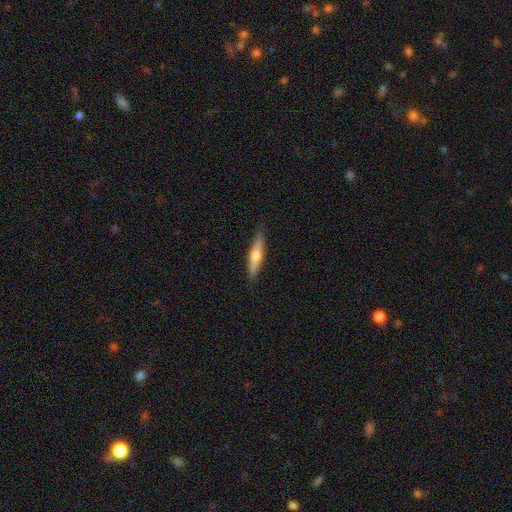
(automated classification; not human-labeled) This is possibly a smooth galaxy (54%). How rounded: clearly cigar-shaped (80%). Merging: clearly none (86%).